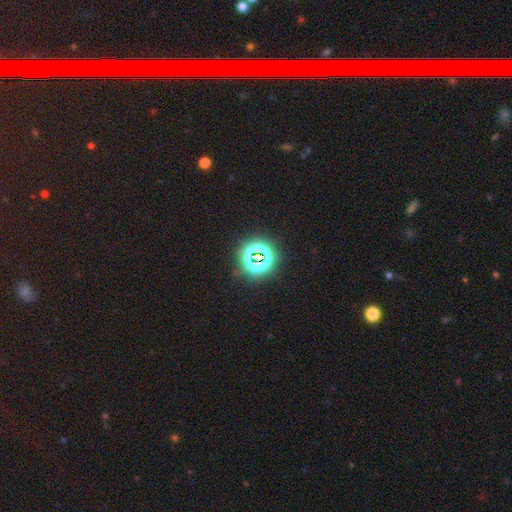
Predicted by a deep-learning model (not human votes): A star or artifact, not a galaxy (73%).